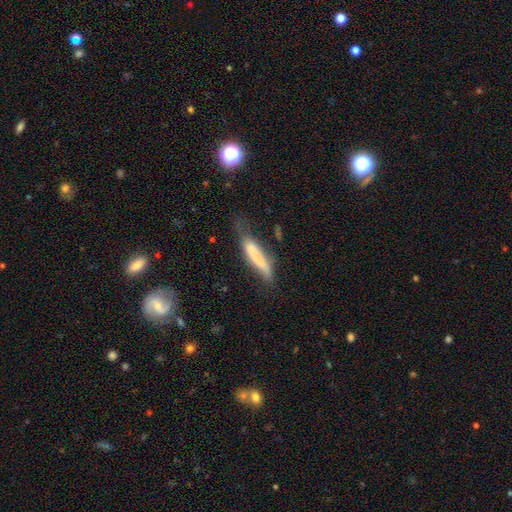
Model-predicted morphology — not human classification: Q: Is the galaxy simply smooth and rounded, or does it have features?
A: smooth — 67%.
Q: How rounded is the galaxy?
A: cigar-shaped — 83%.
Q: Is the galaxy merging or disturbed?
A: none — 38%.